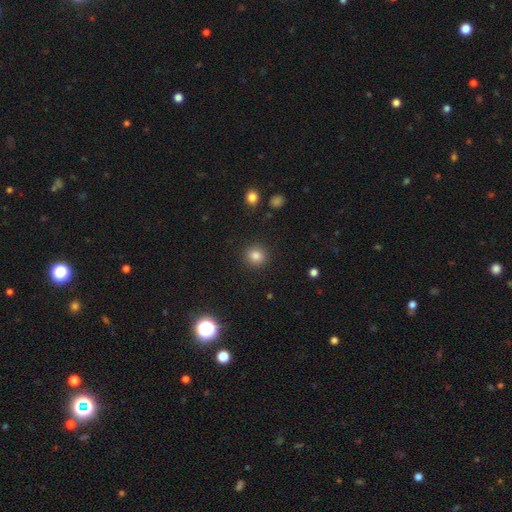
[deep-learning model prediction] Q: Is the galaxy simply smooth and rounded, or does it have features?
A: smooth — 83%.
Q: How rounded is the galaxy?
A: round — 89%.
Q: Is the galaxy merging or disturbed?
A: none — 91%.